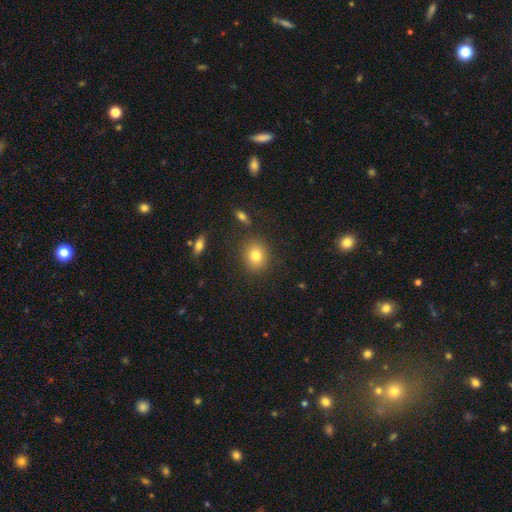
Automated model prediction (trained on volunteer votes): The model was most divided on "how rounded": round: 68%, in between: 31%, cigar-shaped: 1%. More confident: merging — none (85%); smooth or featured — smooth (80%).